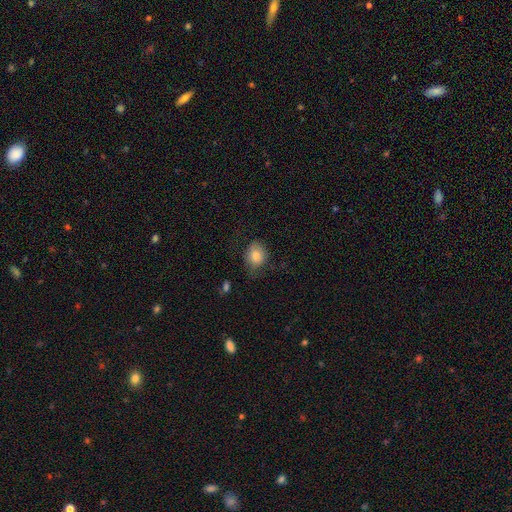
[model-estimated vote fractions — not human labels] Overall: smooth (79%). How rounded: in between (52%; round 47%). Merging: none (62%; minor disturbance 27%).